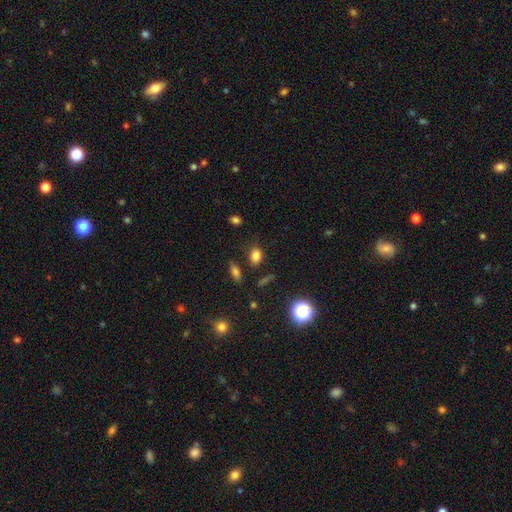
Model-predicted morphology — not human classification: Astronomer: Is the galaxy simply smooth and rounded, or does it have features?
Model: smooth — 79%.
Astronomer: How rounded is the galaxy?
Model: in between — 65%.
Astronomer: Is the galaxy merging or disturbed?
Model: none — 78%.